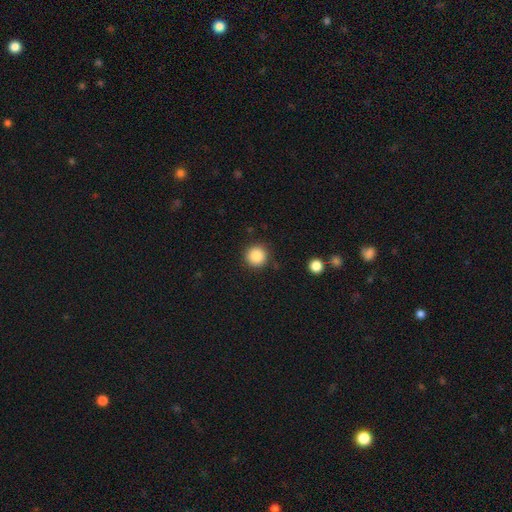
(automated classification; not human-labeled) This appears to be a smooth galaxy with no disk features (87%) that is round (95%). Merging: none (90%).